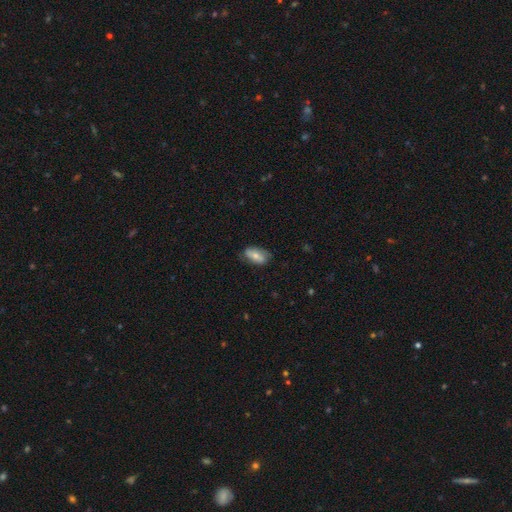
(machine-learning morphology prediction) A smooth galaxy with no disk features (54%) that is in between round and cigar-shaped (90%).

Vote fractions:
- Smooth or featured? smooth: 54% / featured or disk: 38% / star or artifact: 7%
- How rounded? in between: 90% / round: 5% / cigar-shaped: 5%
- Merging? none: 72% / minor disturbance: 22% / major disturbance: 5% / merger: 1%